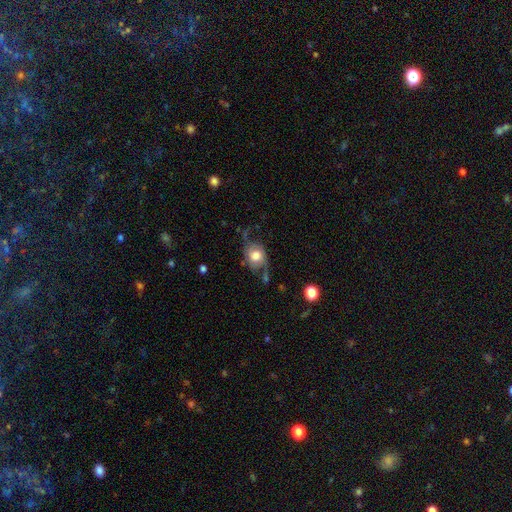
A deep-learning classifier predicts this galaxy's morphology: featured or disk 49%, smooth 43%, star or artifact 8%. Down the decision tree: merging — none (48%).